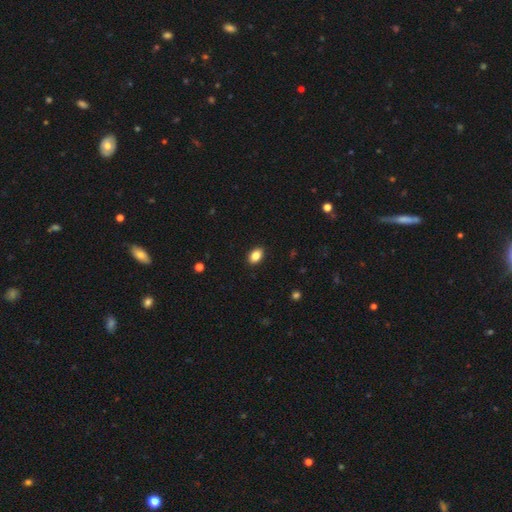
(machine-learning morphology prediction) A smooth galaxy with no disk features (86%) that is in between round and cigar-shaped (85%). Merging: none (90%).